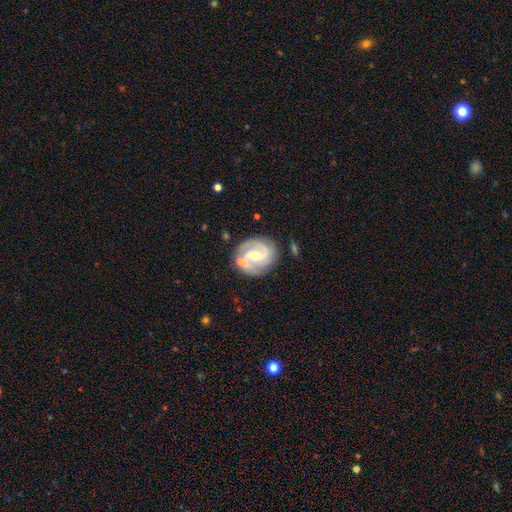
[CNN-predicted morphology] smooth_or_featured: featured or disk (p=0.80) [alt: smooth p=0.15]
disk_edge_on: no (p=0.98) [alt: yes p=0.02]
bar: weak (p=0.48) [alt: no p=0.32]
has_spiral_arms: yes (p=0.93) [alt: no p=0.07]
spiral_winding: medium (p=0.49) [alt: tight p=0.31]
spiral_arm_count: 2 (p=0.83) [alt: can't tell p=0.07]
bulge_size: small (p=0.56) [alt: moderate p=0.39]
merging: none (p=0.73) [alt: minor disturbance p=0.15]